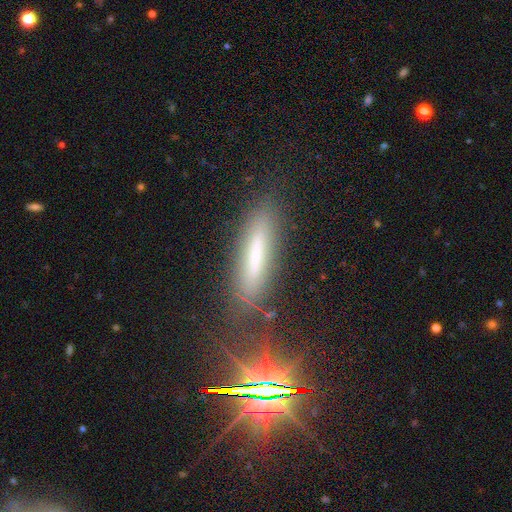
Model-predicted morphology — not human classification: This appears to be a smooth galaxy with no disk features (53%) that is cigar-shaped (83%). Merging: none (83%).